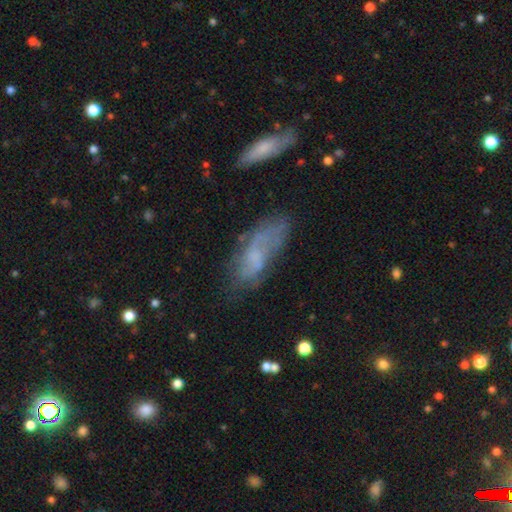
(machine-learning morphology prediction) This appears to be a smooth galaxy with no disk features (48%). Merging: none (51%).